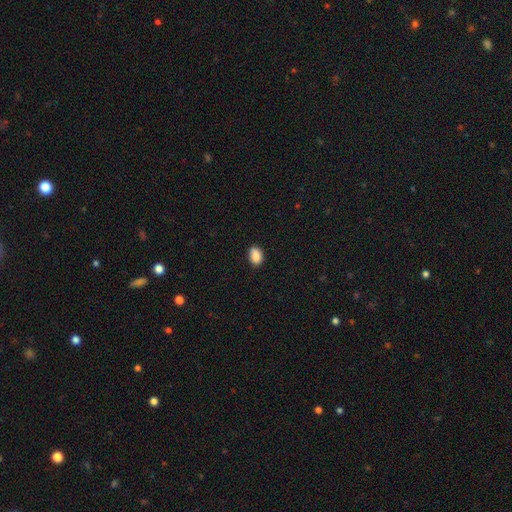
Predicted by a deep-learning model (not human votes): smooth-or-featured: smooth: 89% | star or artifact: 8% | featured or disk: 3%
  how-rounded: in between: 84% | round: 15% | cigar-shaped: 1%
  merging: none: 82% | minor disturbance: 15% | major disturbance: 3% | merger: 1%